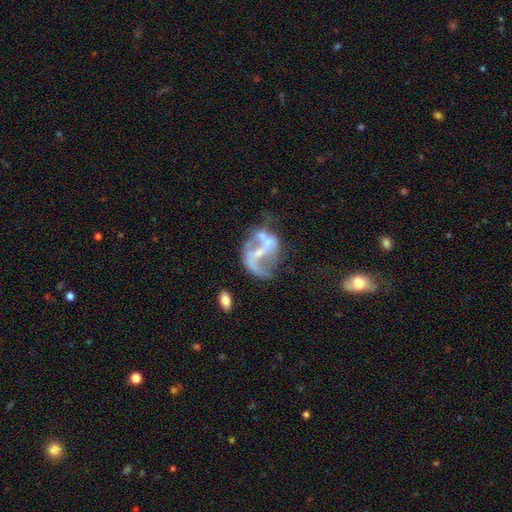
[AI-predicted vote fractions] A featured or disk galaxy (76%) with no bar (45%), spiral arms (56%) and a small central bulge (47%). Merging: major disturbance (33%).